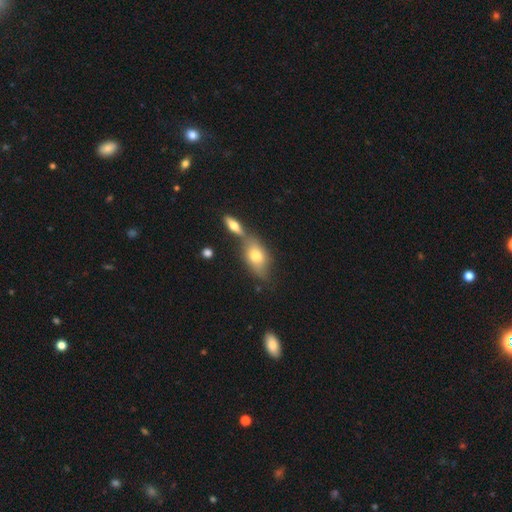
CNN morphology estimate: The model was most divided on "merging": none: 50%, merger: 32%, minor disturbance: 14%, major disturbance: 5%. More confident: how rounded — in between (83%); smooth or featured — smooth (68%).